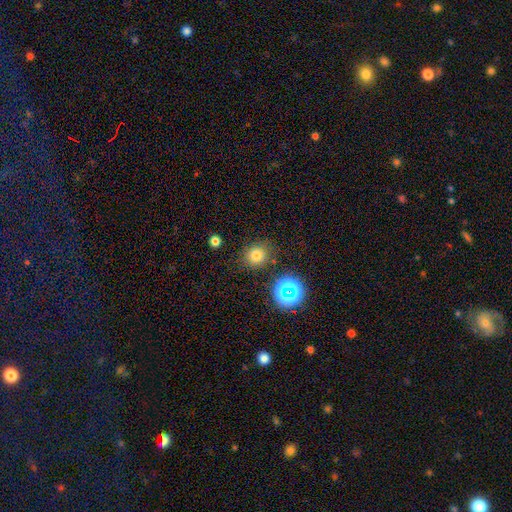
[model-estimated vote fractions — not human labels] A smooth galaxy with no disk features (74%) that is round (81%). Merging: none (83%).